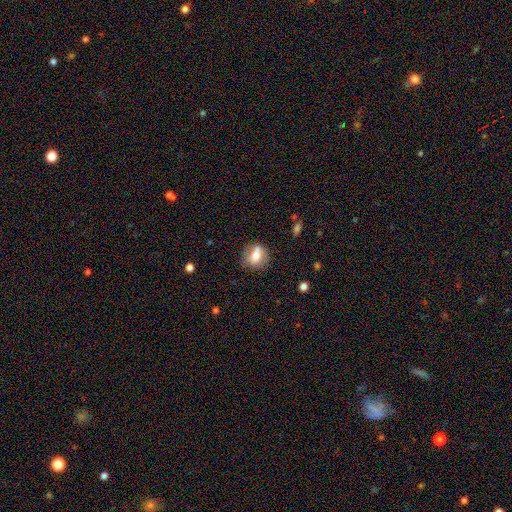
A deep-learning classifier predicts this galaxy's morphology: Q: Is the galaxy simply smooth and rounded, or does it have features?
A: smooth — 65%.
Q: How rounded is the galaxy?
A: round — 67%.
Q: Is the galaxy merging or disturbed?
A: none — 69%.